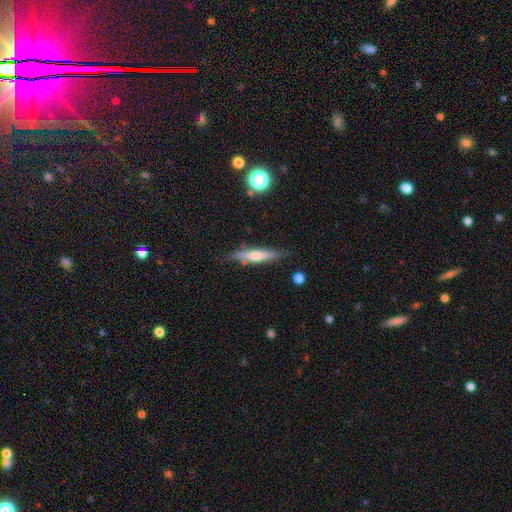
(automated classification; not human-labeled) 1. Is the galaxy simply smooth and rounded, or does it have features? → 52% smooth, 41% featured or disk, 8% star or artifact.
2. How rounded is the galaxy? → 83% cigar-shaped, 15% in between, 2% round.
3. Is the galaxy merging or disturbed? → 78% none, 16% minor disturbance, 3% major disturbance, 2% merger.